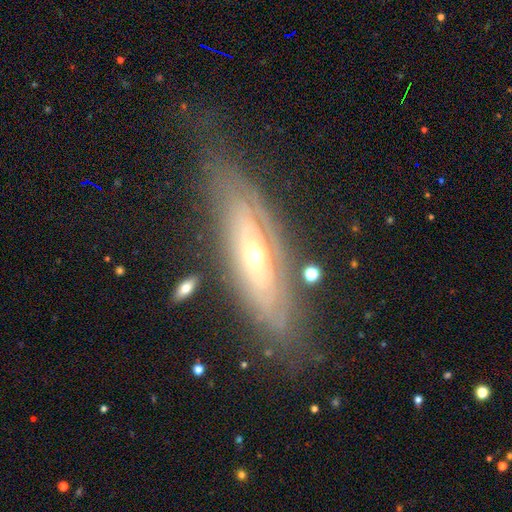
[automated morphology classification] smooth-or-featured: featured or disk: 77% | smooth: 16% | star or artifact: 7%
  disk-edge-on: no: 64% | yes: 36%
  merging: none: 64% | minor disturbance: 22% | major disturbance: 11% | merger: 2%